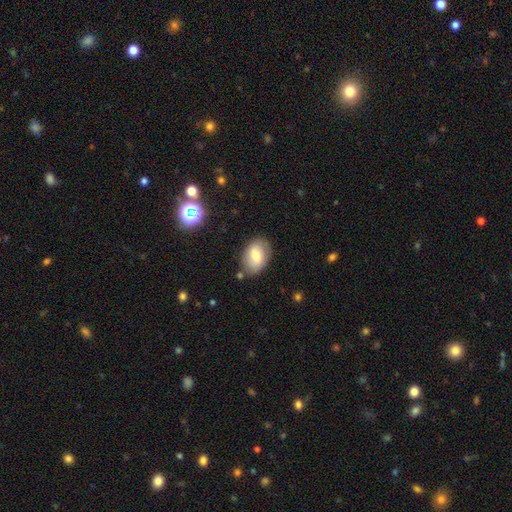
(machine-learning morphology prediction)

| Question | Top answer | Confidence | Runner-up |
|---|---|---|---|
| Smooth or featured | smooth | 71% | featured or disk (21%) |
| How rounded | in between | 82% | round (16%) |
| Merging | none | 78% | minor disturbance (15%) |